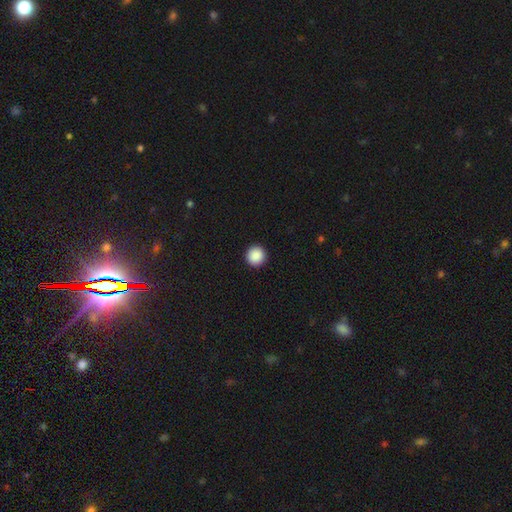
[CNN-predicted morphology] The model was most divided on "smooth or featured": smooth: 89%, star or artifact: 8%, featured or disk: 2%. More confident: how rounded — round (96%); merging — none (94%).